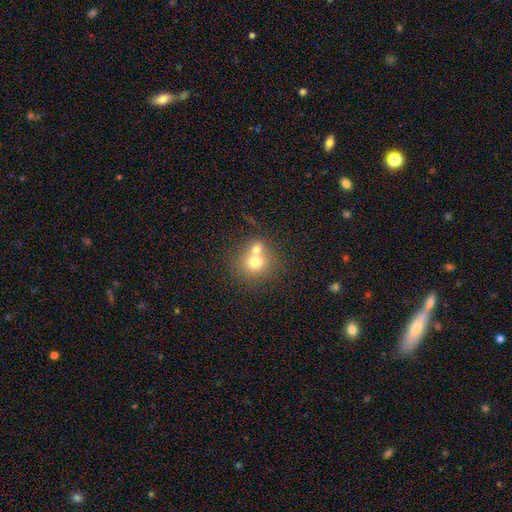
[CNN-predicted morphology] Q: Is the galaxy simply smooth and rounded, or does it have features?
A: smooth — 69%.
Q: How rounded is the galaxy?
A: round — 82%.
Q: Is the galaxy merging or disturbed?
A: merger — 52%.